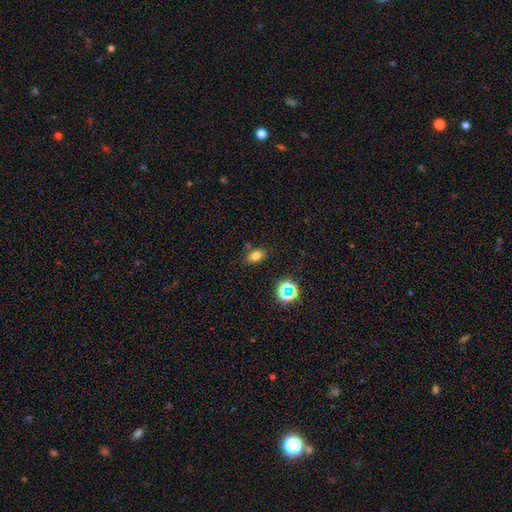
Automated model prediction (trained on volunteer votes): This is likely a smooth galaxy (75%). How rounded: likely in between (80%). Merging: likely none (76%).